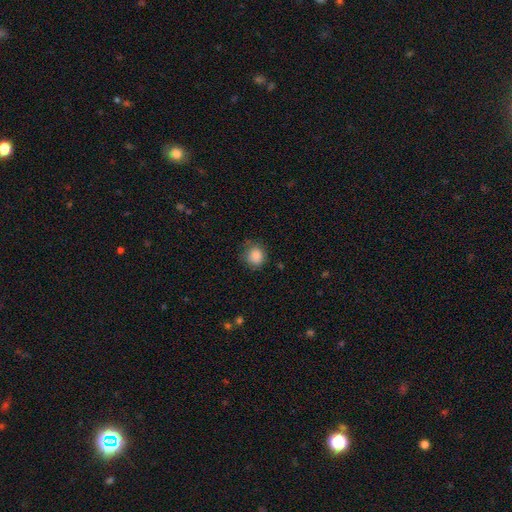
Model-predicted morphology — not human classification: smooth 87%, star or artifact 9%, featured or disk 4%. Down the decision tree: how rounded — round (88%); merging — none (76%).